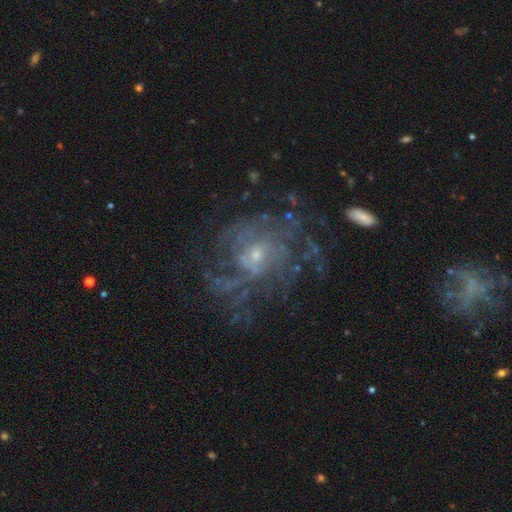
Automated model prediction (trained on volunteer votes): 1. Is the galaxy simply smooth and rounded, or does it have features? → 76% featured or disk, 13% star or artifact, 10% smooth.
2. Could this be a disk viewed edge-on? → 97% no, 3% yes.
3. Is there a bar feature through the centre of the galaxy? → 69% no, 27% weak, 5% strong.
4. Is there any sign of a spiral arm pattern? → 74% yes, 26% no.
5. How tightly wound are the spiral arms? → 45% tight, 35% medium, 19% loose.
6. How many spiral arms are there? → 53% can't tell, 11% 2, 11% 4, 11% 3, 9% more than 4, 6% 1.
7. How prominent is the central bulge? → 66% small, 26% moderate, 4% none, 2% large, 1% dominant.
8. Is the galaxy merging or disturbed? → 59% none, 21% major disturbance, 17% minor disturbance, 3% merger.